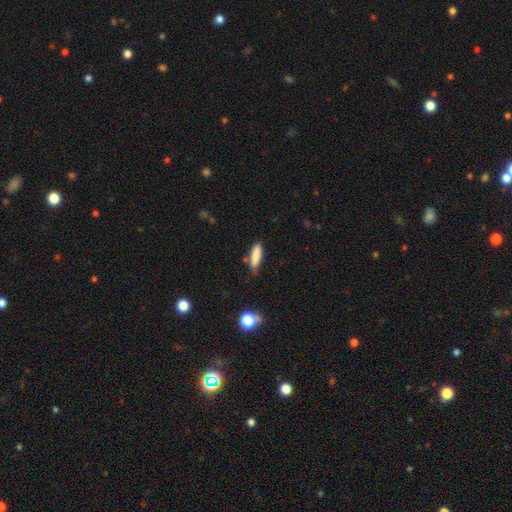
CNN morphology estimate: A smooth galaxy with no disk features (83%) that is cigar-shaped (69%). Merging: none (69%).